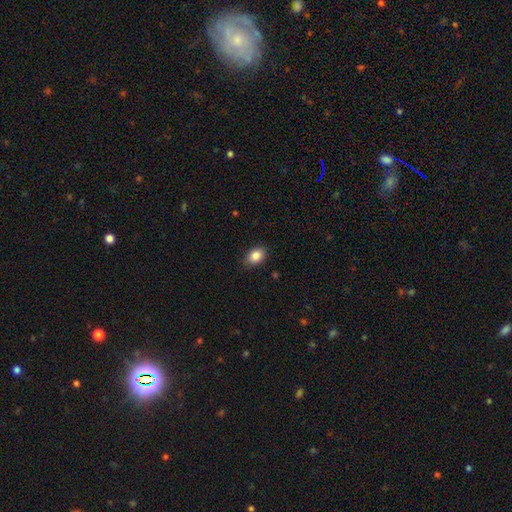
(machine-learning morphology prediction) smooth_or_featured: smooth (p=0.86) [alt: star or artifact p=0.08]
how_rounded: in between (p=0.77) [alt: round p=0.22]
merging: none (p=0.83) [alt: minor disturbance p=0.13]